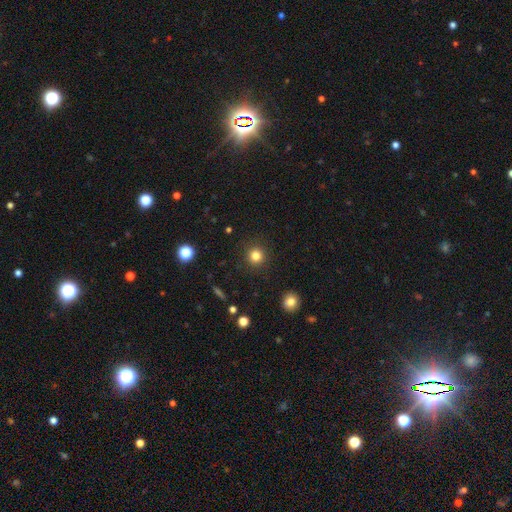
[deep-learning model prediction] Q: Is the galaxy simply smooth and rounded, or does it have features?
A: smooth — 82%.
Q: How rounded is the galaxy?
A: round — 94%.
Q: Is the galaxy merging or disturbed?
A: none — 91%.